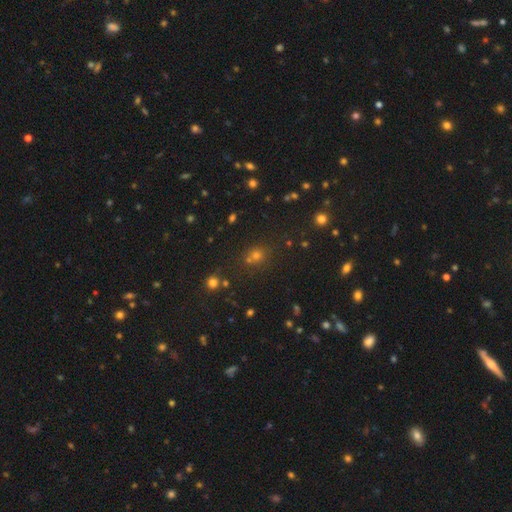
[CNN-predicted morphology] Smooth or featured: smooth — 55% (star or artifact — 37%)
How rounded: round — 79% (in between — 20%)
Merging: none — 70% (merger — 17%)